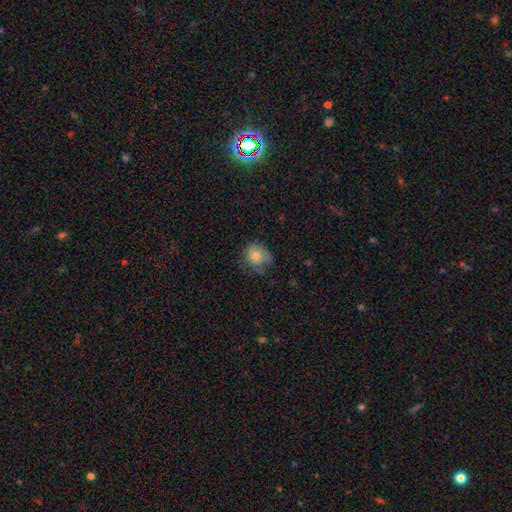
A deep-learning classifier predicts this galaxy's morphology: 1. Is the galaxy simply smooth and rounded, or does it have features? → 78% smooth, 12% featured or disk, 10% star or artifact.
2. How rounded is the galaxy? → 75% round, 24% in between, 1% cigar-shaped.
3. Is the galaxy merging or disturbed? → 58% none, 31% minor disturbance, 9% major disturbance, 2% merger.